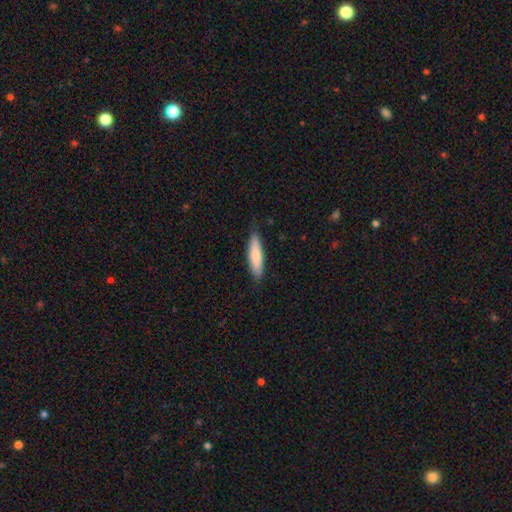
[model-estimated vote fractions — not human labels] Smooth or featured?
  - smooth: 82% *
  - featured or disk: 13%
  - star or artifact: 5%
How rounded?
  - cigar-shaped: 70% *
  - in between: 29%
  - round: 1%
Merging?
  - none: 84% *
  - minor disturbance: 13%
  - major disturbance: 2%
  - merger: 1%